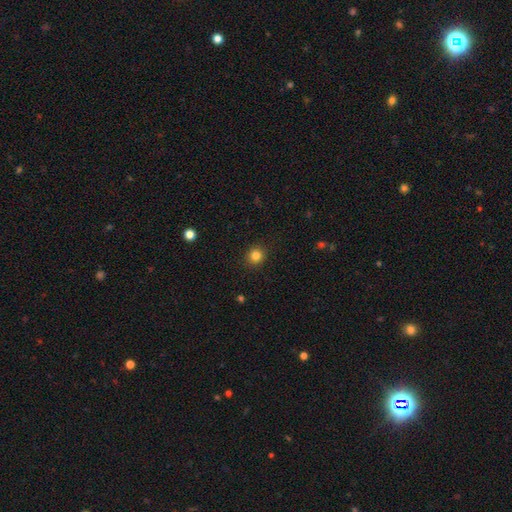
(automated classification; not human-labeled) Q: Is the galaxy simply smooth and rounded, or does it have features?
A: smooth — 83%.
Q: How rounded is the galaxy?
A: round — 88%.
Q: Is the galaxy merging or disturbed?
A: none — 90%.